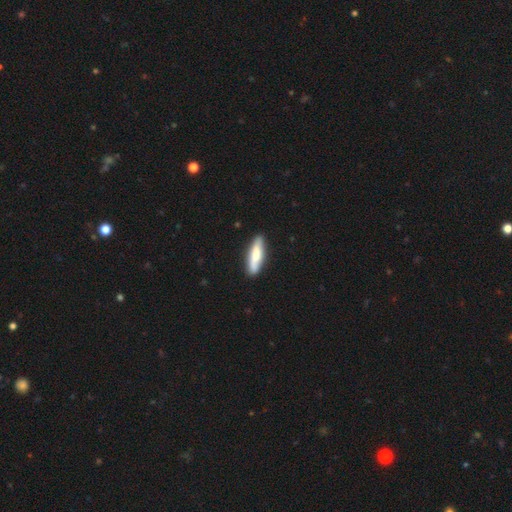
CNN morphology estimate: Smooth or featured? Predicted: smooth (p=0.73). How rounded? Predicted: cigar-shaped (p=0.71). Merging? Predicted: none (p=0.86).